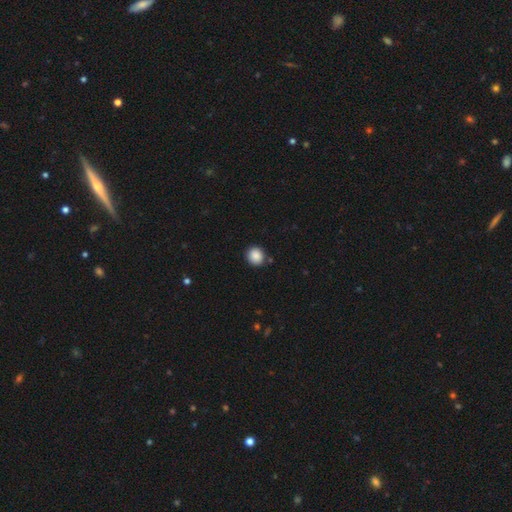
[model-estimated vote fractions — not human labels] Morphology: type=smooth (88%); roundness=round (86%); merging=none (88%).